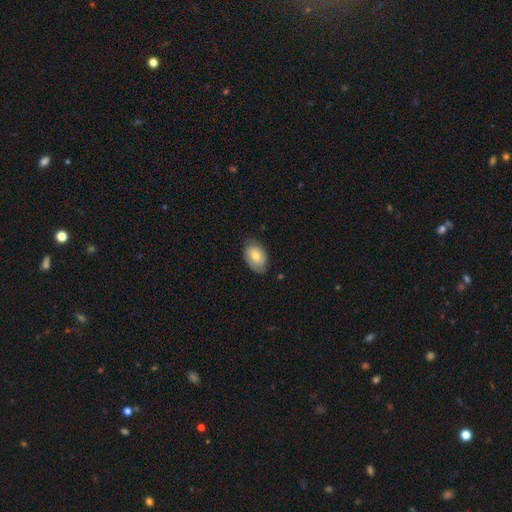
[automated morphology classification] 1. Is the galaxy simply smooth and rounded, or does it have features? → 58% smooth, 36% featured or disk, 7% star or artifact.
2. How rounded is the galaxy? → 86% in between, 13% round, 1% cigar-shaped.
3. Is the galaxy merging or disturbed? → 72% none, 22% minor disturbance, 5% major disturbance, 1% merger.